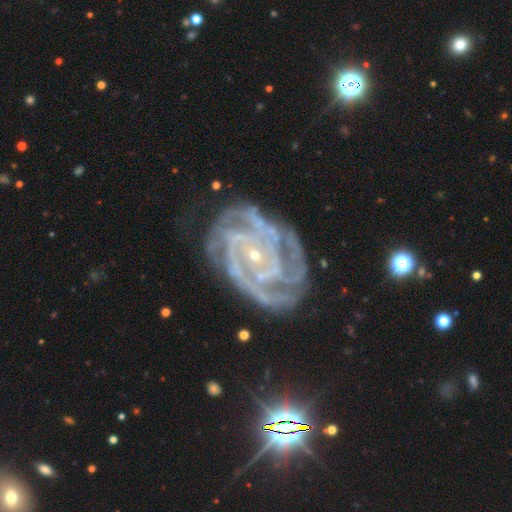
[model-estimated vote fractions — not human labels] Morphology: type=featured or disk (91%); edge-on=no (98%); bar=no (61%); spiral arms=yes (98%); winding=tight (74%); arm count=3 (26%, tied with 4); bulge=small (83%); merging=none (71%).